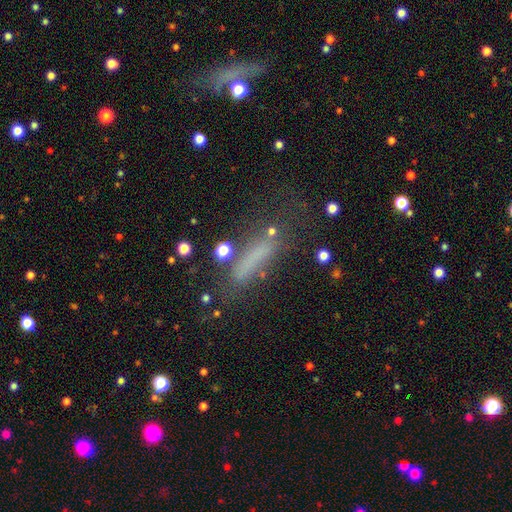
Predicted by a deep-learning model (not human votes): This is possibly a smooth galaxy (55%). How rounded: likely cigar-shaped (72%). Merging: possibly none (50%).